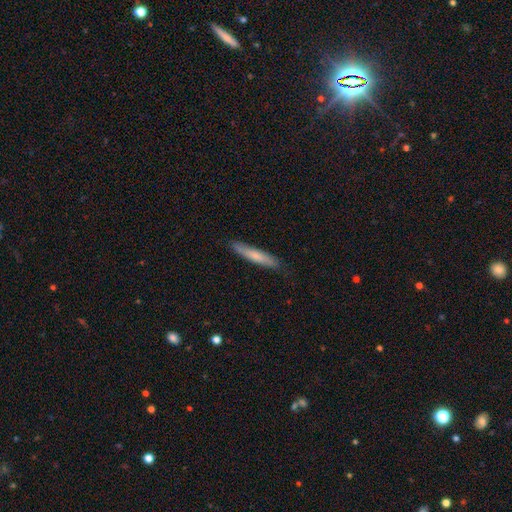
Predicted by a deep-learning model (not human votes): This appears to be a smooth galaxy with no disk features (70%) that is cigar-shaped (92%). Merging: none (85%).